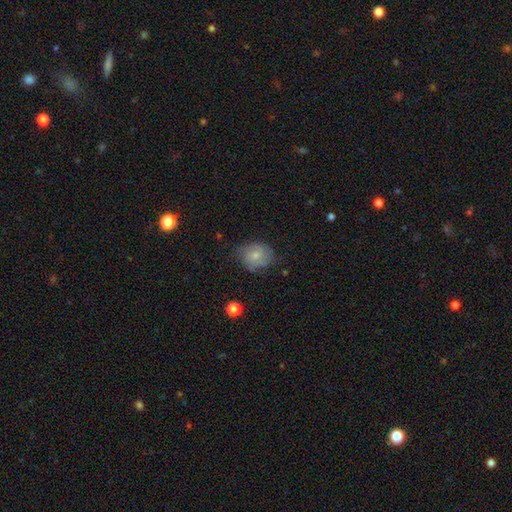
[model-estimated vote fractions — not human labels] smooth_or_featured: smooth (p=0.62) [alt: featured or disk p=0.30]
how_rounded: round (p=0.54) [alt: in between p=0.45]
merging: none (p=0.61) [alt: minor disturbance p=0.29]